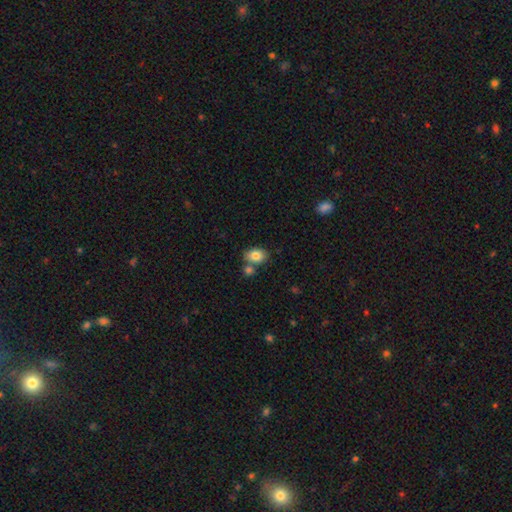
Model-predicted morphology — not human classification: Smooth or featured? smooth (83%)
How rounded? in between (73%)
Merging? none (62%)